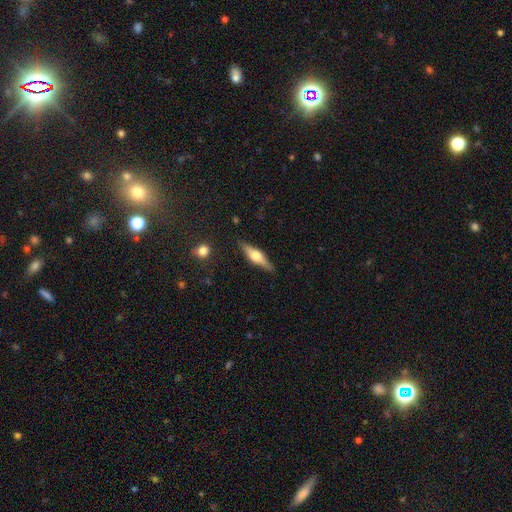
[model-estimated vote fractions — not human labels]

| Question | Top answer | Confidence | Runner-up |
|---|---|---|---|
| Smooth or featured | featured or disk | 61% | smooth (33%) |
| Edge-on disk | yes | 96% | no (4%) |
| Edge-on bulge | rounded | 92% | boxy (6%) |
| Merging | none | 87% | minor disturbance (10%) |